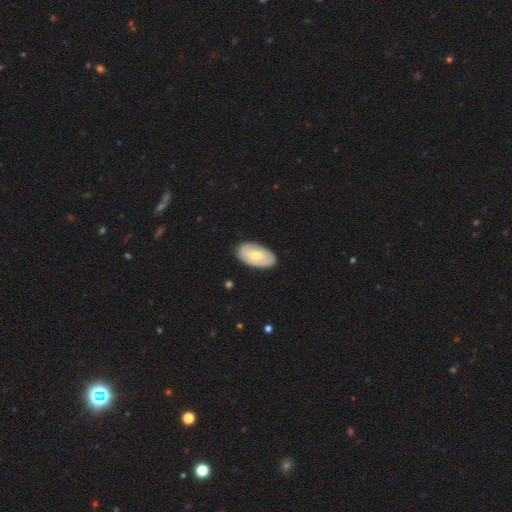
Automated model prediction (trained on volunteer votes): smooth_or_featured: smooth (p=0.56) [alt: featured or disk p=0.39]
how_rounded: in between (p=0.94) [alt: round p=0.04]
merging: none (p=0.85) [alt: minor disturbance p=0.12]